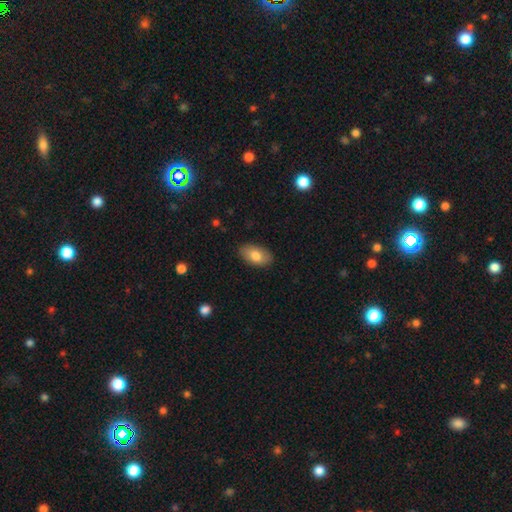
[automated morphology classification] Smooth or featured? Predicted: smooth (p=0.79). How rounded? Predicted: in between (p=0.94). Merging? Predicted: none (p=0.87).